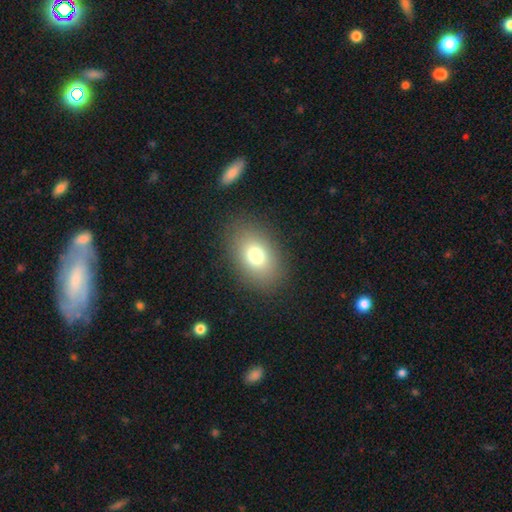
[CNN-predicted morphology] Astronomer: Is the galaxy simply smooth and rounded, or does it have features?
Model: smooth — 76%.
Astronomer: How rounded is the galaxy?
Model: in between — 79%.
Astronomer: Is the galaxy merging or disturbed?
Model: none — 86%.